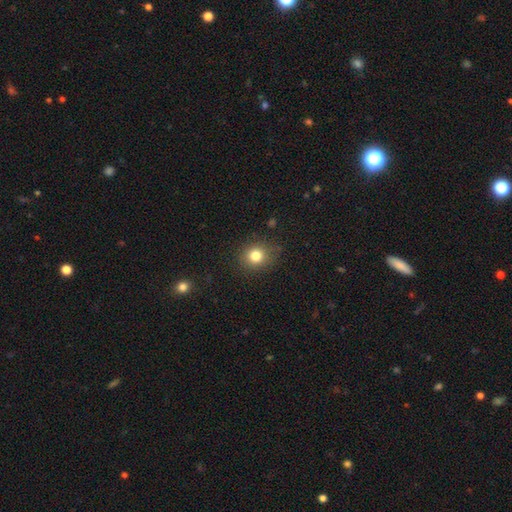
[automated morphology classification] This is clearly a smooth galaxy (81%). How rounded: likely round (79%). Merging: clearly none (85%).